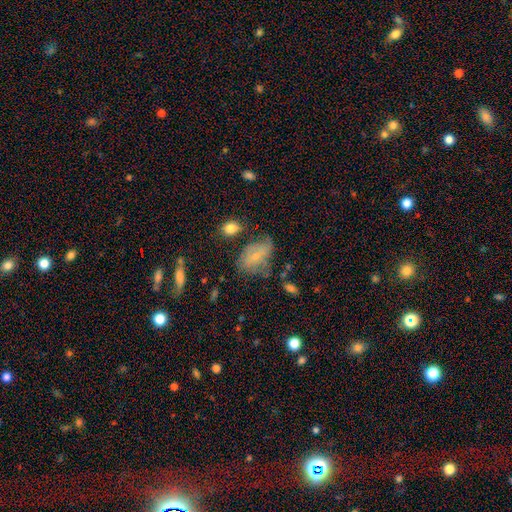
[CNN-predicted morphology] smooth-or-featured: smooth: 50% | featured or disk: 40% | star or artifact: 10%
  how-rounded: in between: 81% | round: 17% | cigar-shaped: 2%
  merging: none: 39% | minor disturbance: 34% | major disturbance: 21% | merger: 6%